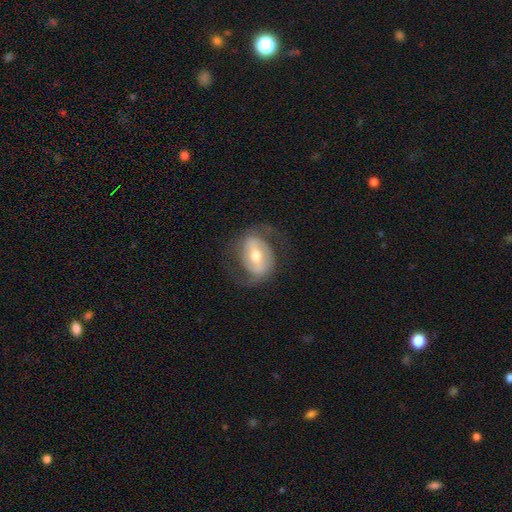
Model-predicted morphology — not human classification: A featured or disk galaxy (72%) with a weak bar (39%), 2 (85%) medium (47%) spiral arms (79%) and a moderate central bulge (66%).

Vote fractions:
- Smooth or featured? featured or disk: 72% / smooth: 22% / star or artifact: 6%
- Edge-on disk? no: 96% / yes: 4%
- Bar? weak: 39% / strong: 38% / no: 23%
- Spiral arms? yes: 79% / no: 21%
- Spiral winding? medium: 47% / loose: 30% / tight: 23%
- Spiral arm count? 2: 85% / can't tell: 8% / 1: 4% / 3: 1% / 4: 1% / more than 4: 1%
- Bulge size? moderate: 66% / small: 25% / large: 7% / dominant: 1% / none: 1%
- Merging? none: 69% / minor disturbance: 16% / major disturbance: 14% / merger: 1%